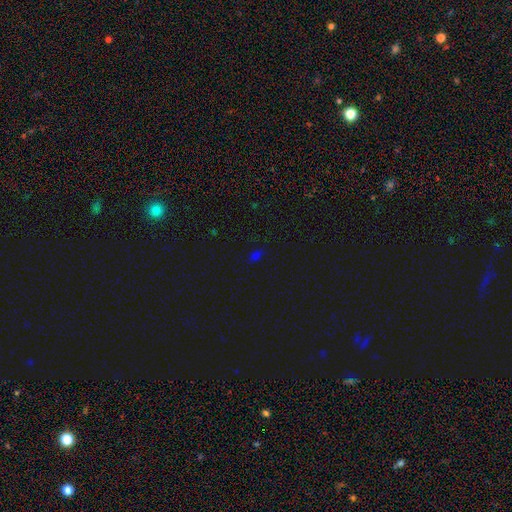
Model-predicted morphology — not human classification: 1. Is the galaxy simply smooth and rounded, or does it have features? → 53% smooth, 40% star or artifact, 7% featured or disk.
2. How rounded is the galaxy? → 79% in between, 15% round, 7% cigar-shaped.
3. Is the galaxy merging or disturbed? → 80% none, 13% minor disturbance, 4% major disturbance, 3% merger.